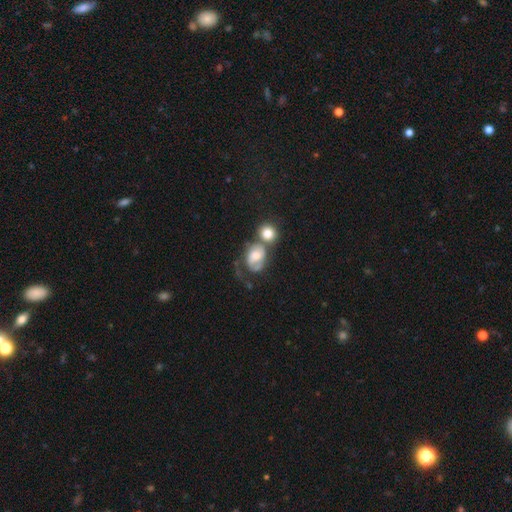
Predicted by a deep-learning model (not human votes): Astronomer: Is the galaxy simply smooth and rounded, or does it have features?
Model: featured or disk — 49% (runner-up: smooth, 43%).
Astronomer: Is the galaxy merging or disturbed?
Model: merger — 46%.